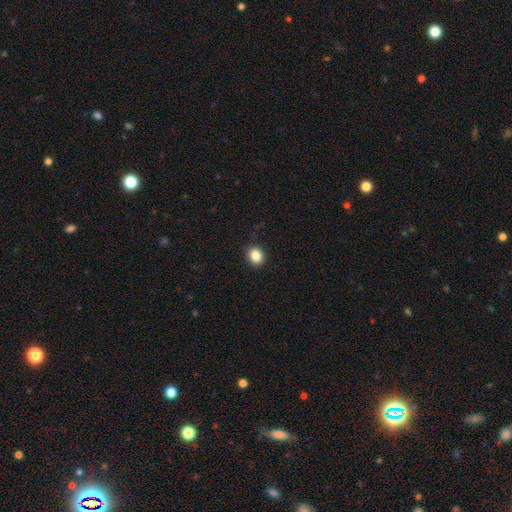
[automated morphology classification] type=smooth (85%); roundness=round (67%); merging=none (89%).